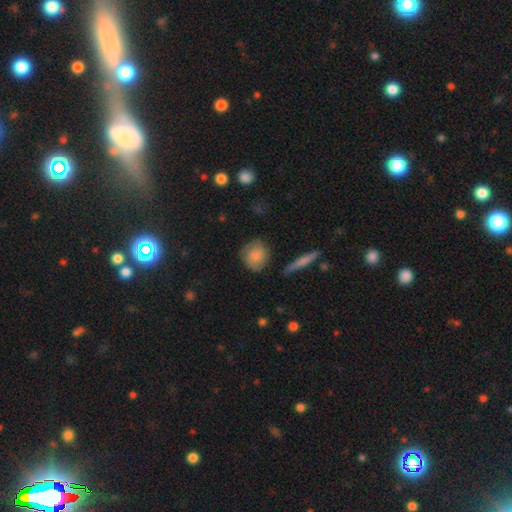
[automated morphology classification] Q: Smooth or featured?
A: smooth (75%); runner-up: featured or disk (18%)
Q: How rounded?
A: round (79%); runner-up: in between (19%)
Q: Merging?
A: none (73%); runner-up: minor disturbance (19%)